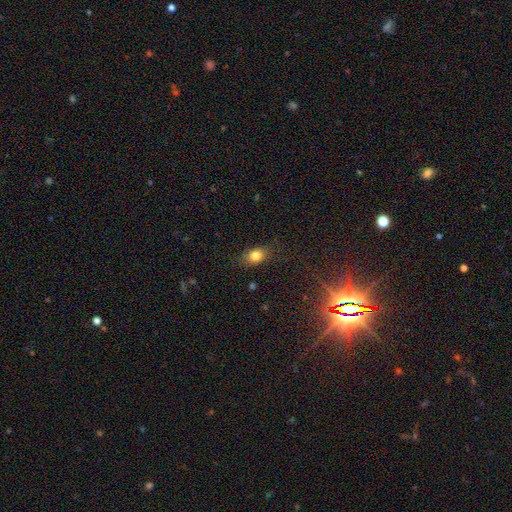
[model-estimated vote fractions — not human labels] smooth 80%, star or artifact 11%, featured or disk 9%. Down the decision tree: how rounded — in between (73%); merging — none (80%).